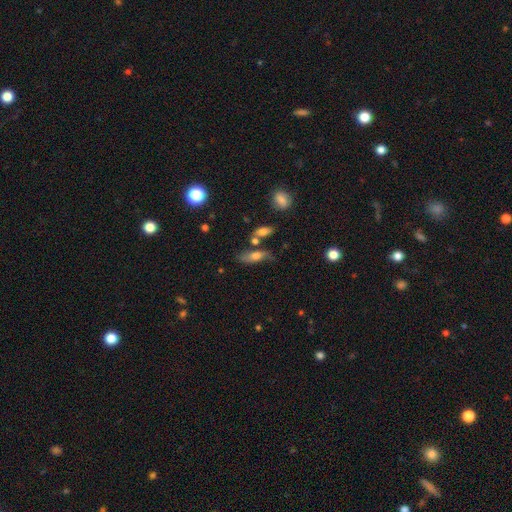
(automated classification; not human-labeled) A smooth galaxy with no disk features (62%) that is in between round and cigar-shaped (59%).

Vote fractions:
- Smooth or featured? smooth: 62% / featured or disk: 29% / star or artifact: 9%
- How rounded? in between: 59% / cigar-shaped: 36% / round: 5%
- Merging? none: 57% / minor disturbance: 19% / merger: 16% / major disturbance: 7%